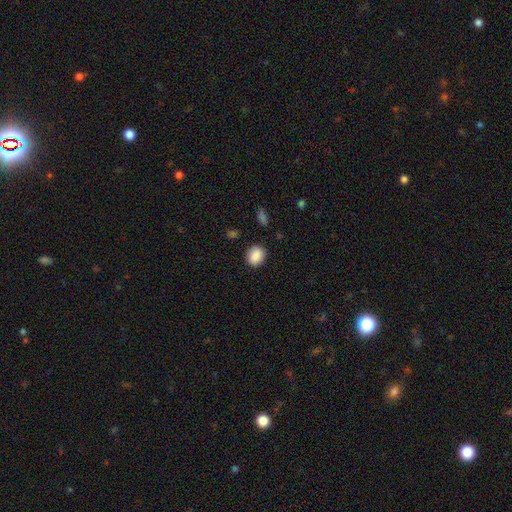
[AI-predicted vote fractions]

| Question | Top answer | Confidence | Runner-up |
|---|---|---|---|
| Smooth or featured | smooth | 88% | star or artifact (8%) |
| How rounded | round | 51% | in between (48%) |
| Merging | none | 86% | minor disturbance (10%) |